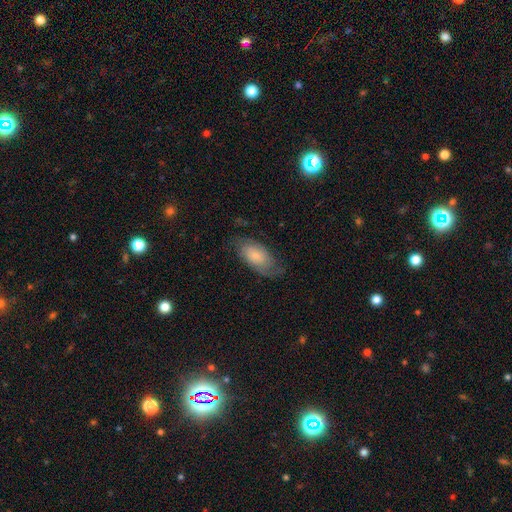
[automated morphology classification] featured or disk 47%, smooth 45%, star or artifact 7%. Down the decision tree: merging — none (64%).